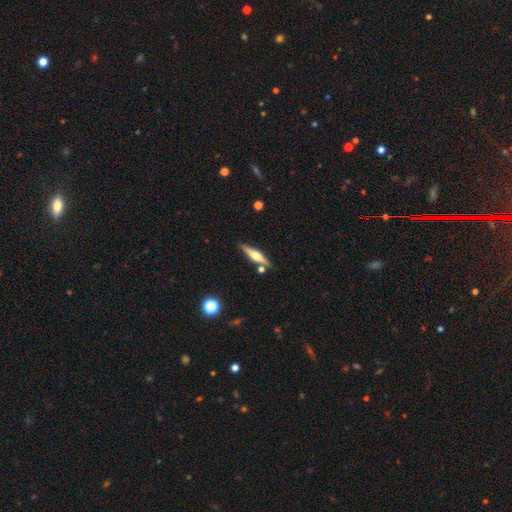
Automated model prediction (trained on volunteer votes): smooth_or_featured: featured or disk (p=0.63) [alt: smooth p=0.30]
disk_edge_on: yes (p=0.97) [alt: no p=0.03]
edge_on_bulge: rounded (p=0.88) [alt: boxy p=0.08]
merging: none (p=0.82) [alt: minor disturbance p=0.09]